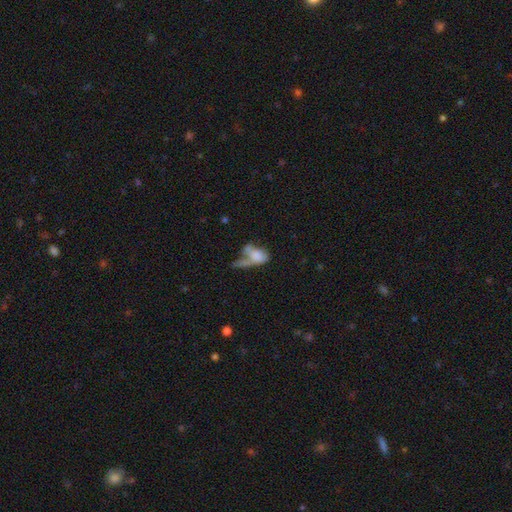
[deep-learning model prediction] smooth 61%, featured or disk 28%, star or artifact 11%. Down the decision tree: how rounded — in between (81%); merging — merger (42%).